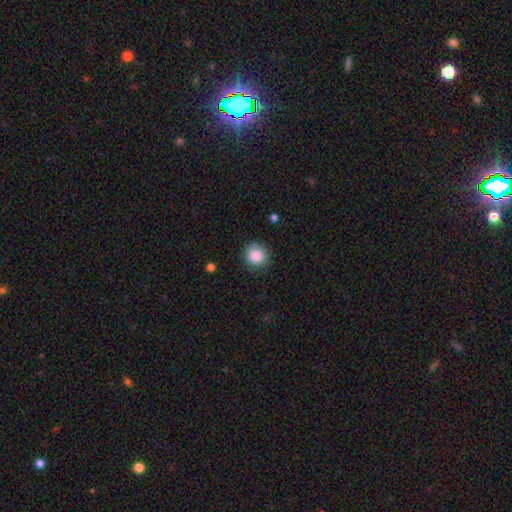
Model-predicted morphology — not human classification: Smooth or featured: smooth — 87% (star or artifact — 9%)
How rounded: round — 92% (in between — 7%)
Merging: none — 85% (minor disturbance — 11%)